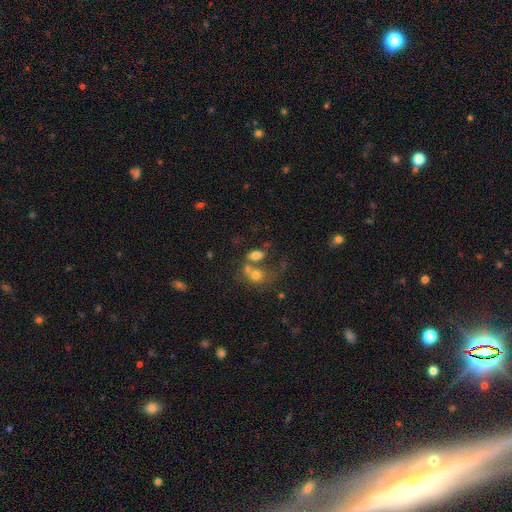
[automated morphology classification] Q: Smooth or featured?
A: smooth (66%); runner-up: featured or disk (22%)
Q: How rounded?
A: in between (76%); runner-up: round (21%)
Q: Merging?
A: merger (55%); runner-up: none (24%)